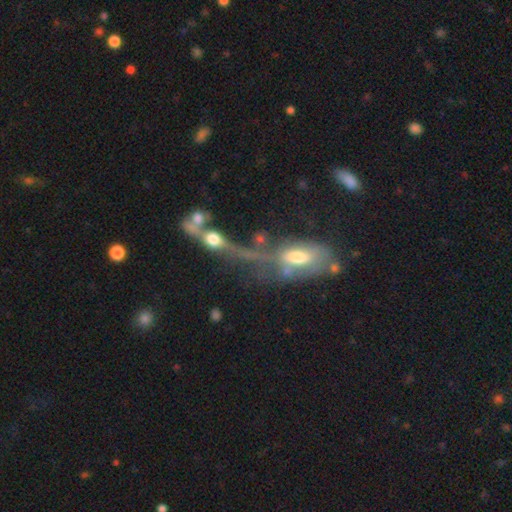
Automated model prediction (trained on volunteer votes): A featured or disk galaxy (51%). Merging: merger (45%).